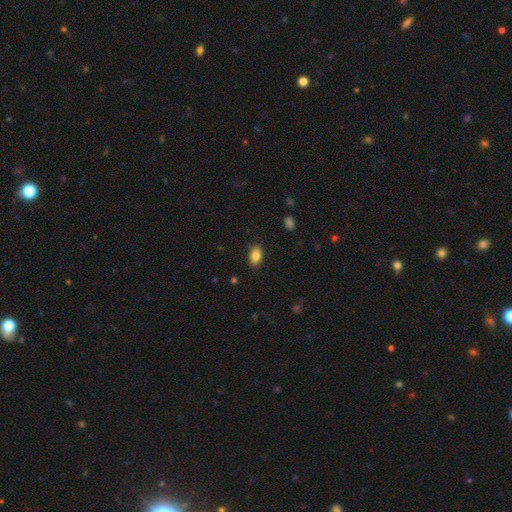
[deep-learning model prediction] Smooth or featured: smooth — 85% (star or artifact — 8%)
How rounded: in between — 86% (round — 12%)
Merging: none — 86% (minor disturbance — 11%)